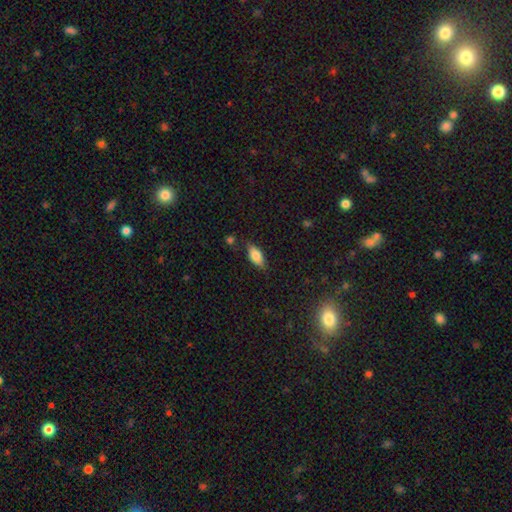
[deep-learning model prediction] smooth_or_featured: smooth (p=0.78) [alt: featured or disk p=0.14]
how_rounded: in between (p=0.85) [alt: cigar-shaped p=0.11]
merging: none (p=0.78) [alt: minor disturbance p=0.16]